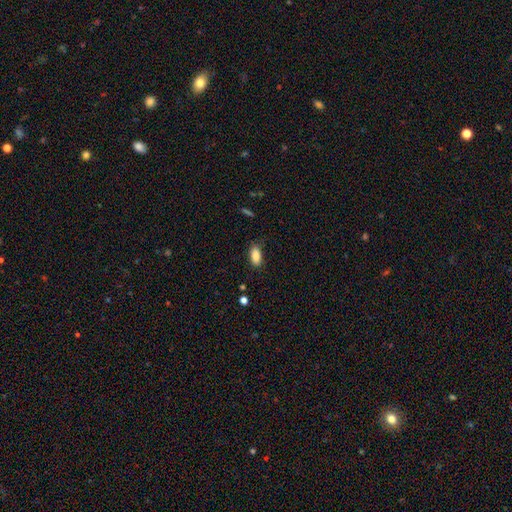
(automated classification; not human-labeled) smooth 88%, star or artifact 8%, featured or disk 5%. Down the decision tree: how rounded — in between (89%); merging — none (80%).